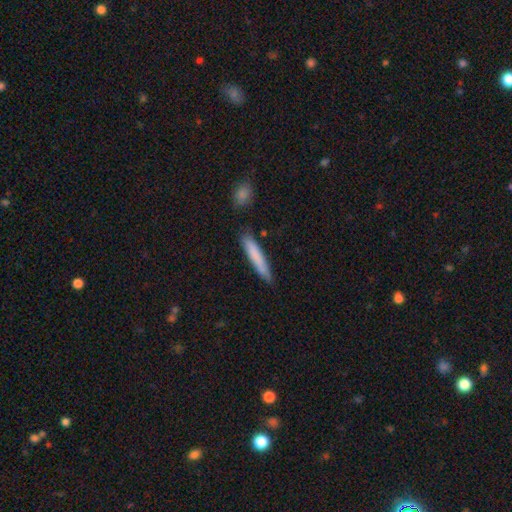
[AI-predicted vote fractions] This is likely a smooth galaxy (79%). How rounded: clearly cigar-shaped (92%). Merging: clearly none (81%).